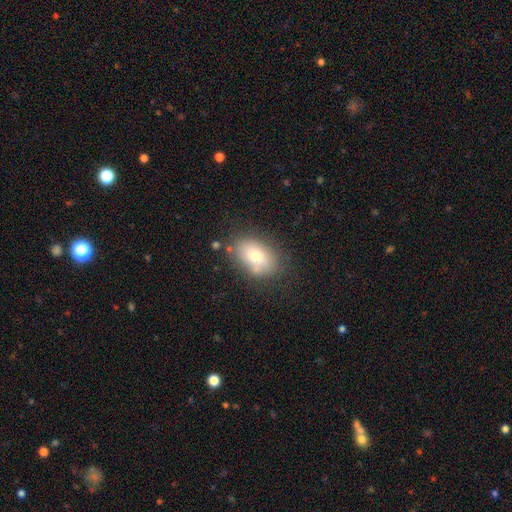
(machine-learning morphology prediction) A smooth galaxy with no disk features (72%) that is in between round and cigar-shaped (85%).

Vote fractions:
- Smooth or featured? smooth: 72% / featured or disk: 18% / star or artifact: 9%
- How rounded? in between: 85% / round: 13% / cigar-shaped: 1%
- Merging? none: 74% / minor disturbance: 16% / merger: 6% / major disturbance: 5%